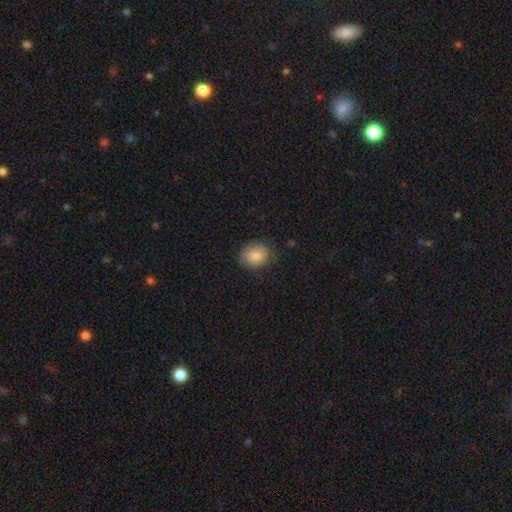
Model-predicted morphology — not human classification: This is clearly a smooth galaxy (81%). How rounded: possibly round (52%). Merging: likely none (74%).